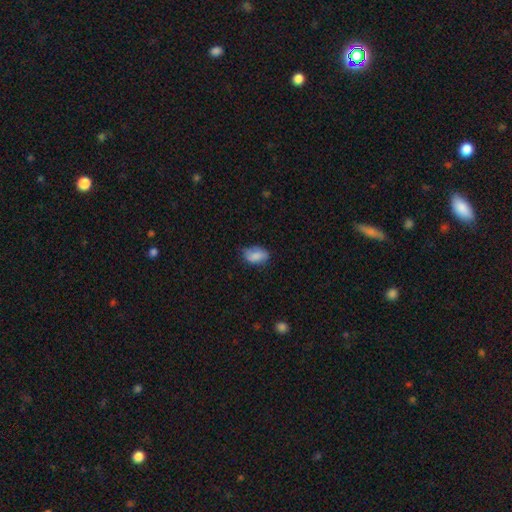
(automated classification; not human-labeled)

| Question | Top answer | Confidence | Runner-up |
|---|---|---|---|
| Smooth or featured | smooth | 82% | featured or disk (11%) |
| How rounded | in between | 89% | round (9%) |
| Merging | none | 66% | minor disturbance (27%) |